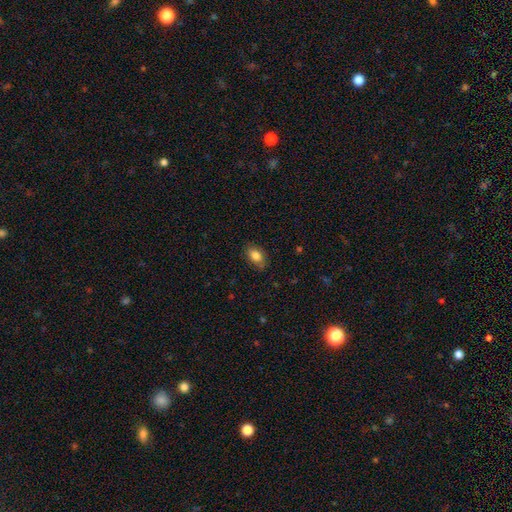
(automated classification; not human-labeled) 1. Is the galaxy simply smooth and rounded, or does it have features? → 83% smooth, 9% featured or disk, 8% star or artifact.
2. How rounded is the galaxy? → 86% in between, 11% round, 2% cigar-shaped.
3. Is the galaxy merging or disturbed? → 82% none, 14% minor disturbance, 3% major disturbance, 1% merger.